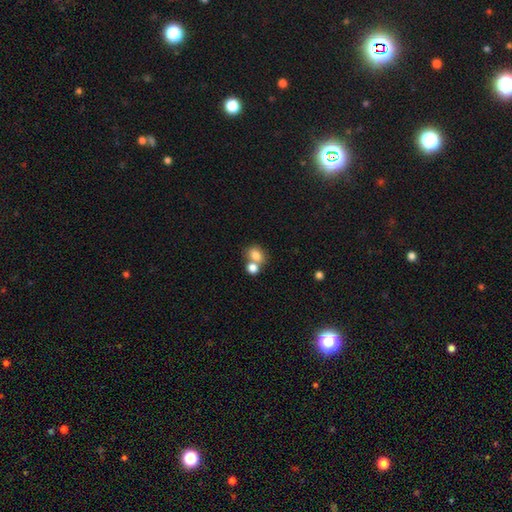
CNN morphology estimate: A smooth galaxy with no disk features (80%) that is in between round and cigar-shaped (54%).

Vote fractions:
- Smooth or featured? smooth: 80% / star or artifact: 10% / featured or disk: 10%
- How rounded? in between: 54% / round: 45% / cigar-shaped: 1%
- Merging? merger: 48% / none: 40% / minor disturbance: 9% / major disturbance: 4%